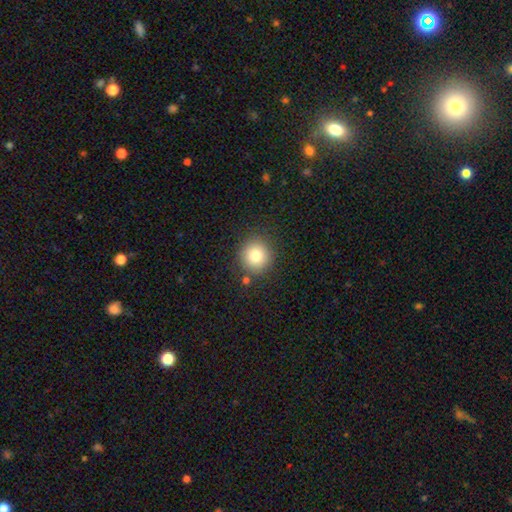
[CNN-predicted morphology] This appears to be a smooth galaxy with no disk features (80%) that is round (91%). Merging: none (85%).